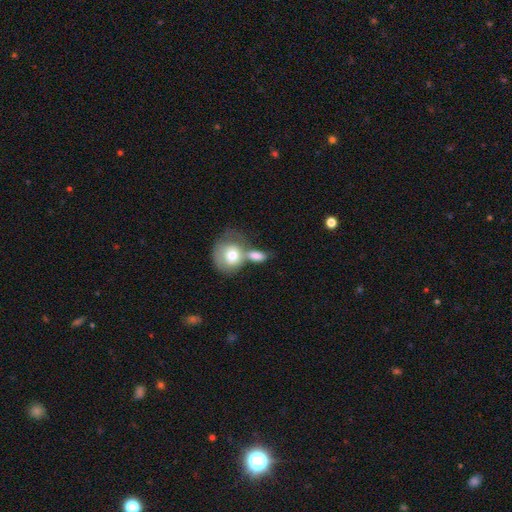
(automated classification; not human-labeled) A smooth galaxy with no disk features (76%) that is in between round and cigar-shaped (66%). Merging: merger (50%).